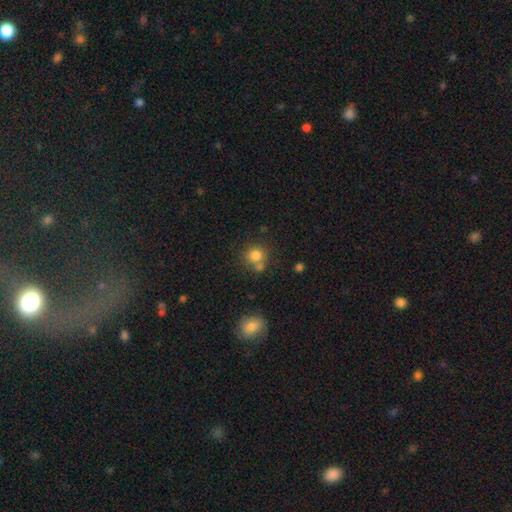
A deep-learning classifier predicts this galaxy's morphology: A smooth galaxy with no disk features (80%) that is round (84%). Merging: none (58%).